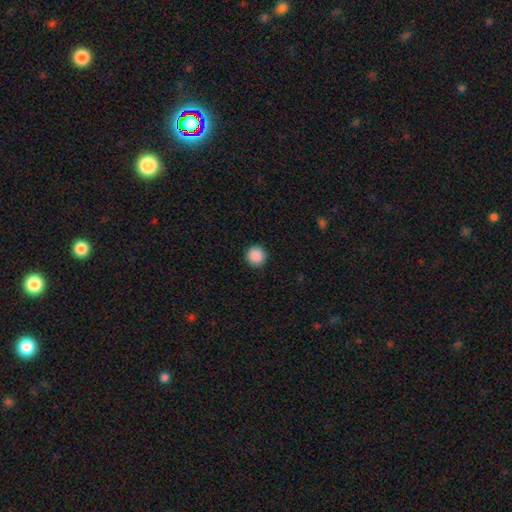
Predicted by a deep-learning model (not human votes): A smooth galaxy with no disk features (89%) that is round (96%). Merging: none (92%).